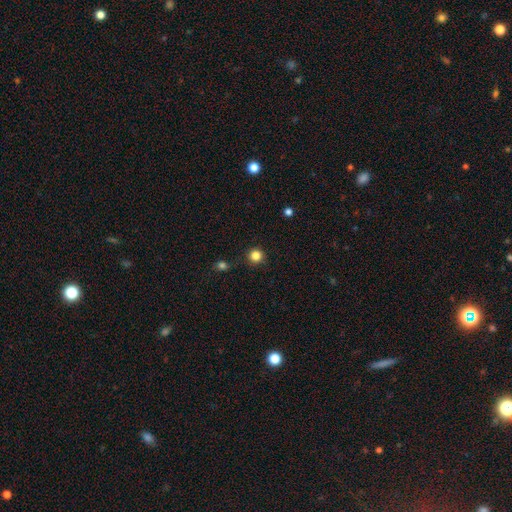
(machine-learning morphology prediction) Smooth or featured? Predicted: smooth (p=0.83). How rounded? Predicted: round (p=0.95). Merging? Predicted: none (p=0.87).